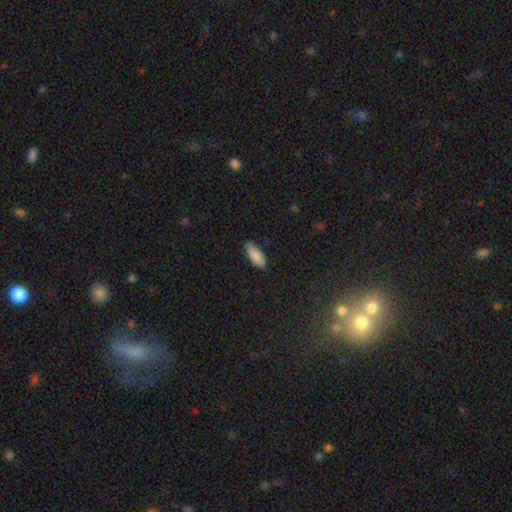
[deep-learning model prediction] Smooth or featured? Predicted: smooth (p=0.88). How rounded? Predicted: in between (p=0.74). Merging? Predicted: none (p=0.84).